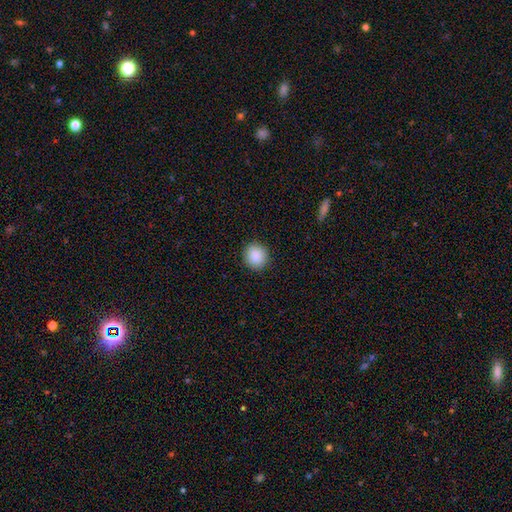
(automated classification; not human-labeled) Overall: smooth (89%). How rounded: round (89%). Merging: none (91%).